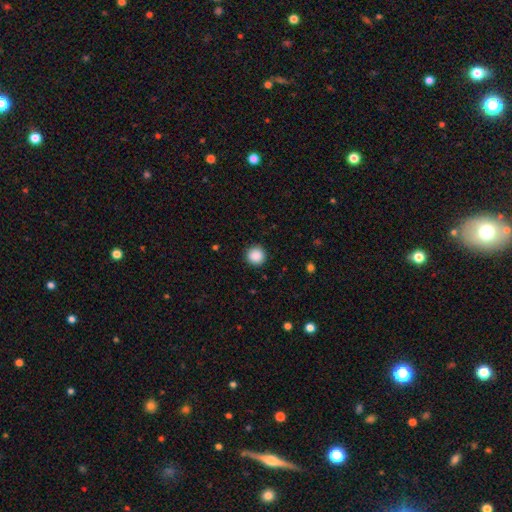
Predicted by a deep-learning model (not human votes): Q: Smooth or featured?
A: smooth (89%); runner-up: star or artifact (9%)
Q: How rounded?
A: round (96%); runner-up: in between (3%)
Q: Merging?
A: none (91%); runner-up: minor disturbance (6%)